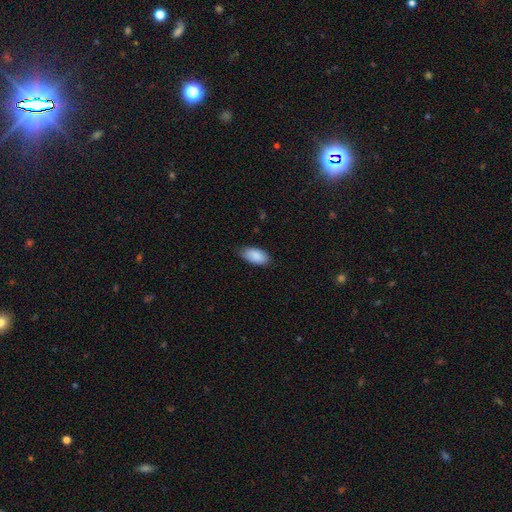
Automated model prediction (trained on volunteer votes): smooth_or_featured: smooth (p=0.90) [alt: star or artifact p=0.06]
how_rounded: in between (p=0.94) [alt: cigar-shaped p=0.03]
merging: none (p=0.79) [alt: minor disturbance p=0.18]